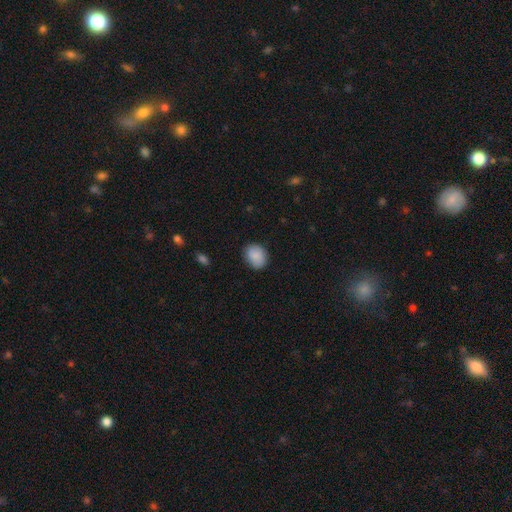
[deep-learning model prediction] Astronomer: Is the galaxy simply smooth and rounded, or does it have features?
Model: smooth — 88%.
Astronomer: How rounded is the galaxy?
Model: round — 53% (runner-up: in between, 46%).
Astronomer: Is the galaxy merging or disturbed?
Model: none — 83%.